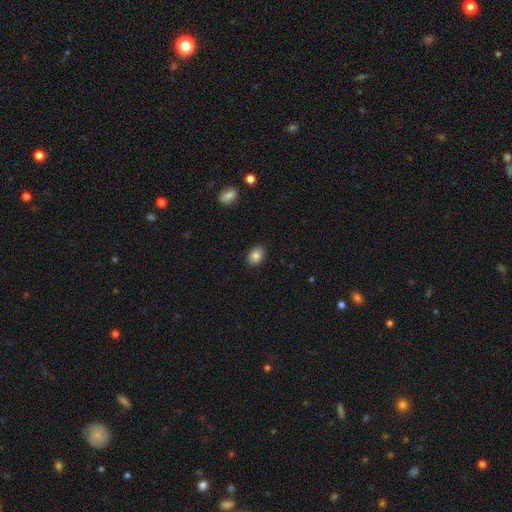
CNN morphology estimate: A smooth galaxy with no disk features (84%) that is in between round and cigar-shaped (74%).

Vote fractions:
- Smooth or featured? smooth: 84% / star or artifact: 9% / featured or disk: 8%
- How rounded? in between: 74% / round: 25% / cigar-shaped: 1%
- Merging? none: 87% / minor disturbance: 10% / major disturbance: 2% / merger: 1%